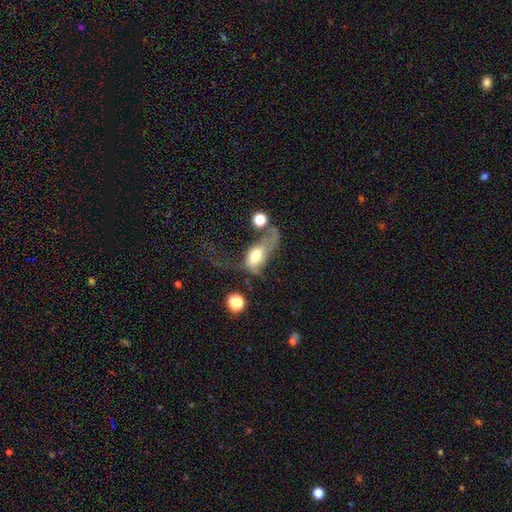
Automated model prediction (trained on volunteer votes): This appears to be a smooth galaxy with no disk features (59%) that is in between round and cigar-shaped (81%). Merging: major disturbance (56%).